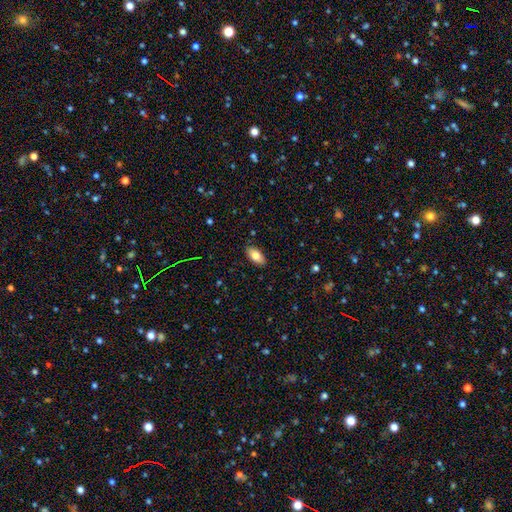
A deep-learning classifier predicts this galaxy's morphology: smooth 80%, featured or disk 13%, star or artifact 7%. Down the decision tree: how rounded — in between (92%); merging — none (88%).